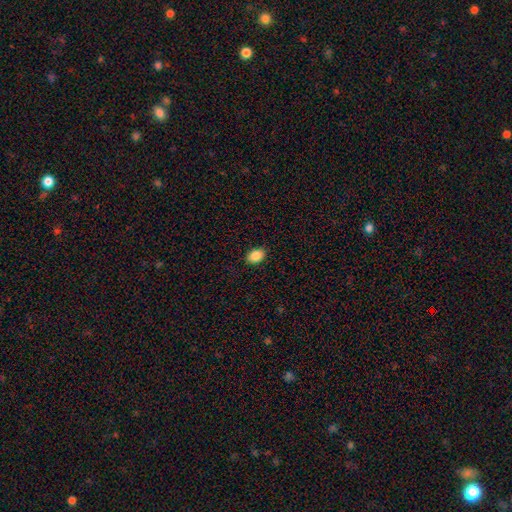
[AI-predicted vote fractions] smooth-or-featured: smooth: 88% | star or artifact: 9% | featured or disk: 4%
  how-rounded: in between: 74% | round: 25% | cigar-shaped: 1%
  merging: none: 88% | minor disturbance: 8% | major disturbance: 2% | merger: 1%